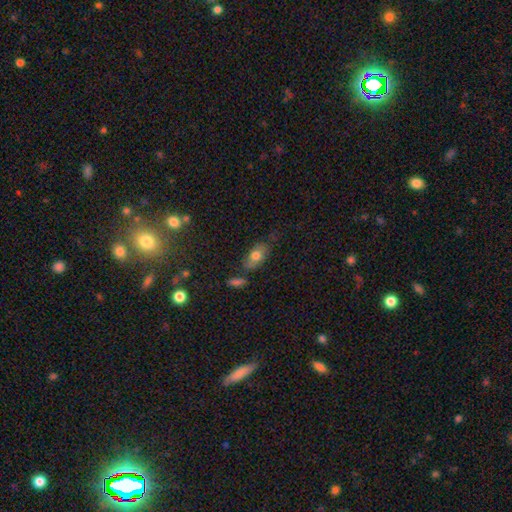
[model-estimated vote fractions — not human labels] Smooth or featured? smooth (72%)
How rounded? in between (87%)
Merging? none (64%)